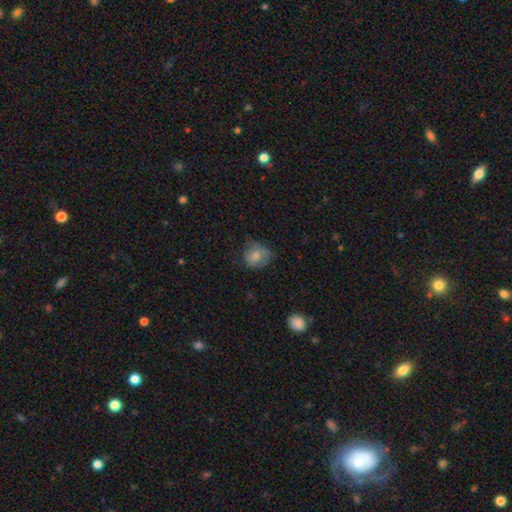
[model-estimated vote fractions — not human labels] smooth_or_featured: smooth (p=0.73) [alt: featured or disk p=0.19]
how_rounded: round (p=0.71) [alt: in between p=0.28]
merging: none (p=0.53) [alt: minor disturbance p=0.31]